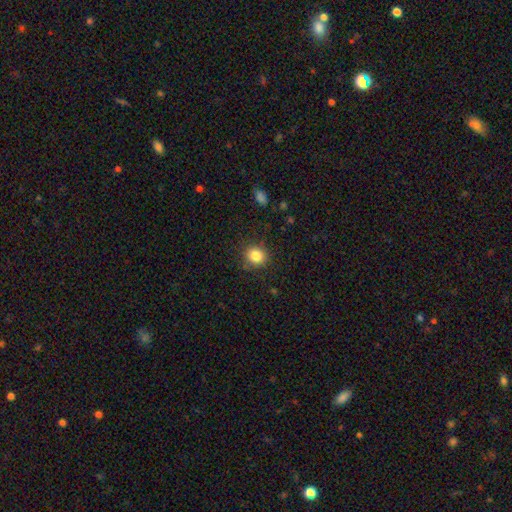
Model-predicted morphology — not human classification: Smooth or featured?
  - smooth: 84% *
  - star or artifact: 11%
  - featured or disk: 5%
How rounded?
  - round: 83% *
  - in between: 16%
  - cigar-shaped: 1%
Merging?
  - none: 86% *
  - minor disturbance: 9%
  - major disturbance: 3%
  - merger: 1%